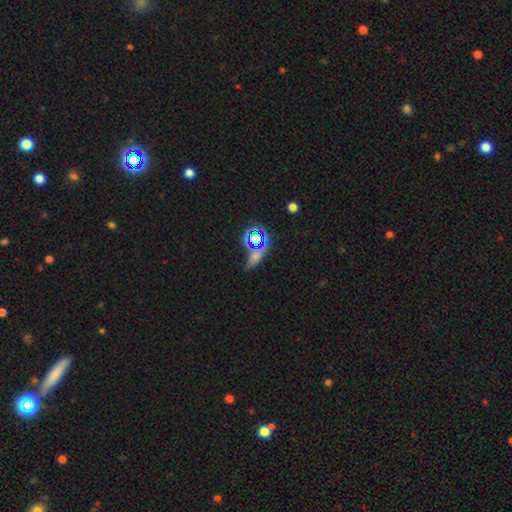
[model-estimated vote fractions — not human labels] This appears to be a star or artifact, not a galaxy (49%).